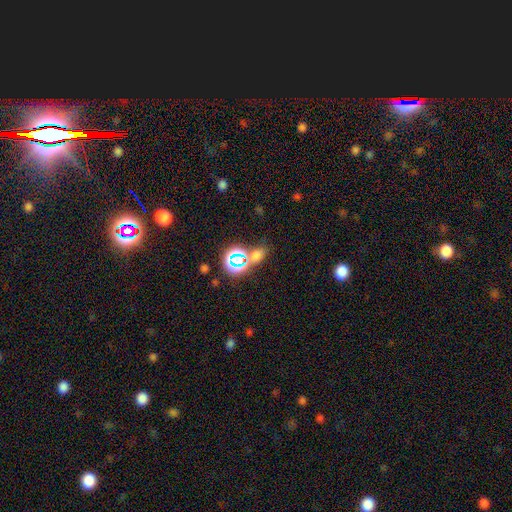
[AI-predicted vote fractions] Smooth or featured? smooth (52%)
How rounded? in between (61%)
Merging? none (62%)